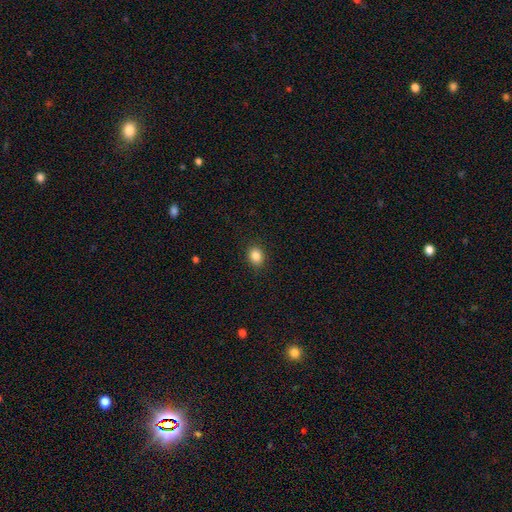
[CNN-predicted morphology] Smooth or featured? Predicted: smooth (p=0.86). How rounded? Predicted: round (p=0.56). Merging? Predicted: none (p=0.90).